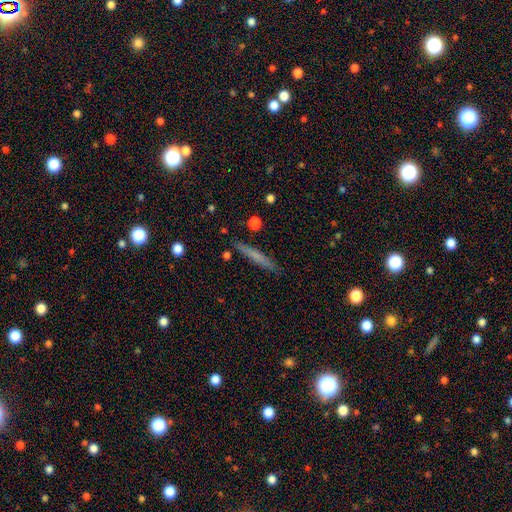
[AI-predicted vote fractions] smooth_or_featured: smooth (p=0.62) [alt: featured or disk p=0.31]
how_rounded: cigar-shaped (p=0.95) [alt: in between p=0.04]
merging: none (p=0.87) [alt: minor disturbance p=0.09]